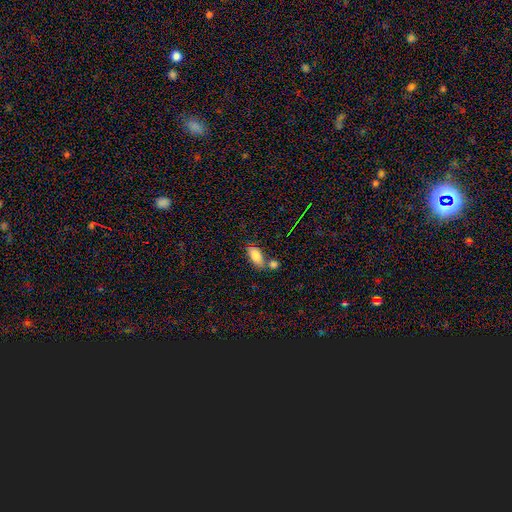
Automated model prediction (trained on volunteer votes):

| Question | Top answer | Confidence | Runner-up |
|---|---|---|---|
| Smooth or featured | smooth | 82% | featured or disk (9%) |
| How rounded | in between | 89% | cigar-shaped (8%) |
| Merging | none | 52% | merger (29%) |